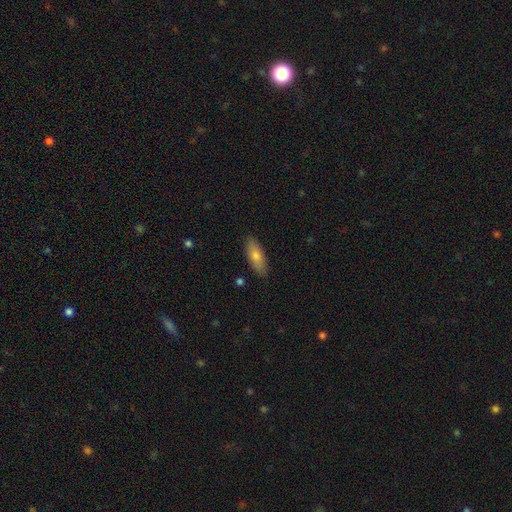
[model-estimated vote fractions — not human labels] Smooth or featured? Predicted: smooth (p=0.75). How rounded? Predicted: in between (p=0.67). Merging? Predicted: none (p=0.88).